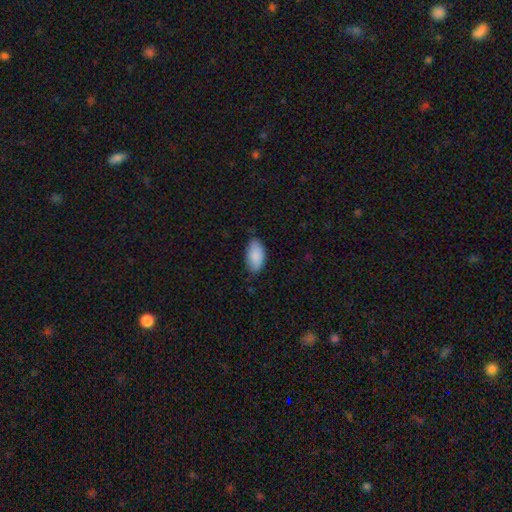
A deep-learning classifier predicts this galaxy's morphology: This is clearly a smooth galaxy (88%). How rounded: clearly in between (95%). Merging: likely none (76%).